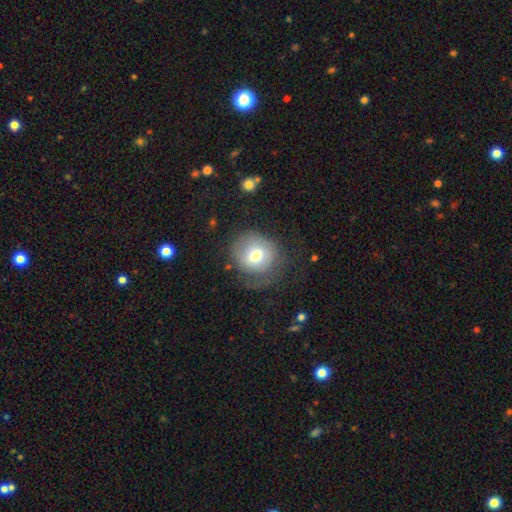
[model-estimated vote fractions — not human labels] Smooth or featured?
  - smooth: 66% *
  - featured or disk: 25%
  - star or artifact: 9%
How rounded?
  - round: 84% *
  - in between: 15%
  - cigar-shaped: 1%
Merging?
  - none: 54% *
  - minor disturbance: 23%
  - major disturbance: 21%
  - merger: 2%